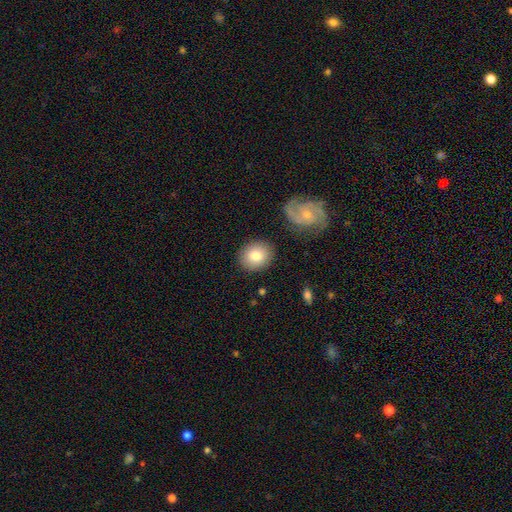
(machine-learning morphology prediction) This appears to be a smooth galaxy with no disk features (82%) that is round (73%). Merging: none (87%).